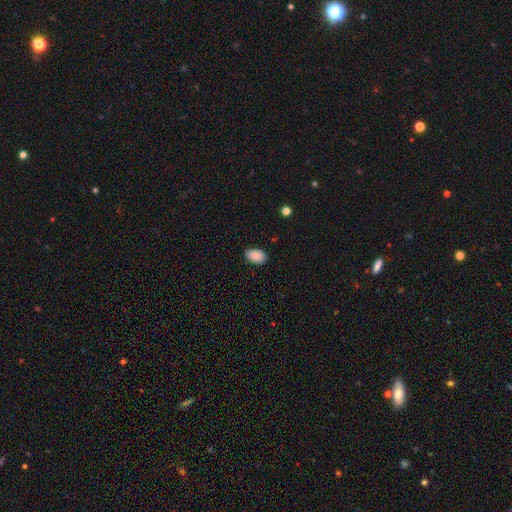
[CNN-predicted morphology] Smooth or featured? smooth (87%)
How rounded? in between (91%)
Merging? none (81%)